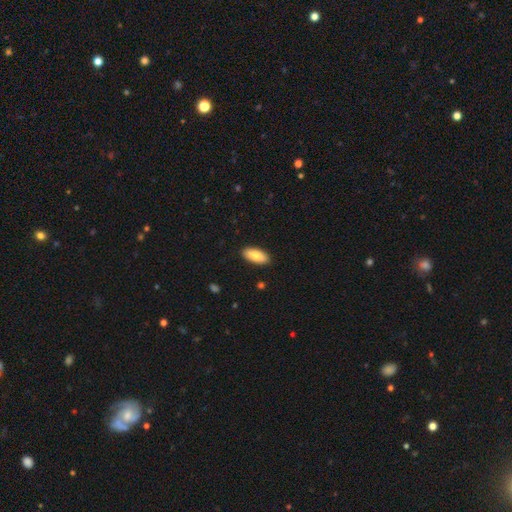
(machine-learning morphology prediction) A smooth galaxy with no disk features (84%) that is in between round and cigar-shaped (88%). Merging: none (89%).